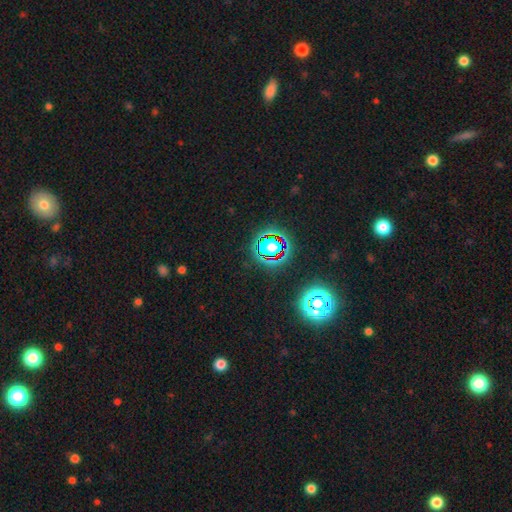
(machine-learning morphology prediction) Smooth or featured? star or artifact (78%)